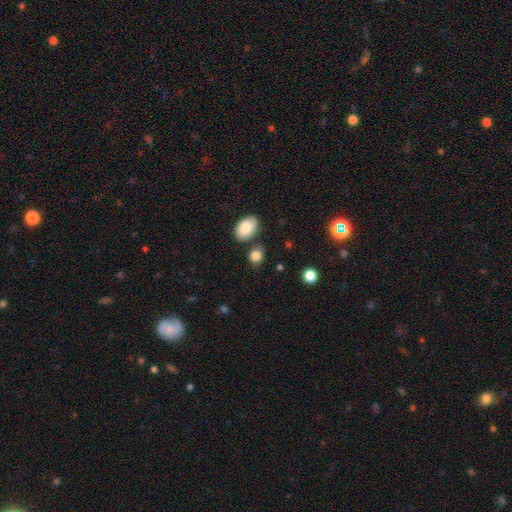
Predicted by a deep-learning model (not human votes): smooth 85%, star or artifact 9%, featured or disk 6%. Down the decision tree: how rounded — round (52%); merging — none (71%).